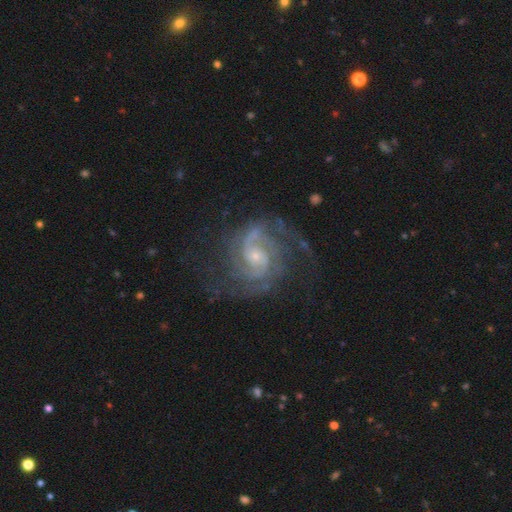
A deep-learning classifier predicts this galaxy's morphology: featured or disk 91%, star or artifact 6%, smooth 4%. Down the decision tree: edge-on disk — no (98%); bar — no (56%); spiral arms — yes (98%); spiral arm count — 2 (73%); spiral winding — medium (47%); bulge size — small (71%); merging — none (70%).